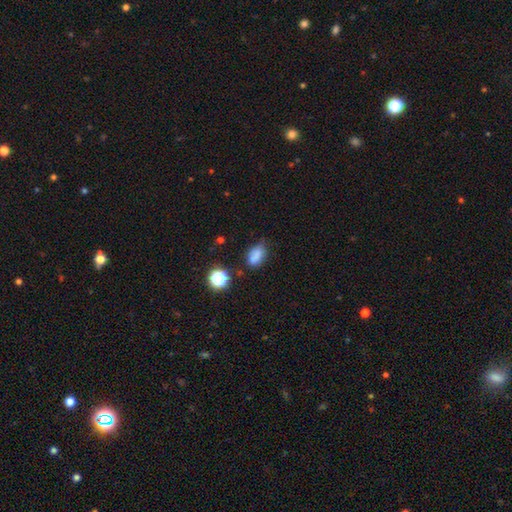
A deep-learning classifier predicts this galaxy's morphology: Smooth or featured: smooth — 78% (star or artifact — 14%)
How rounded: in between — 81% (round — 16%)
Merging: none — 58% (minor disturbance — 30%)